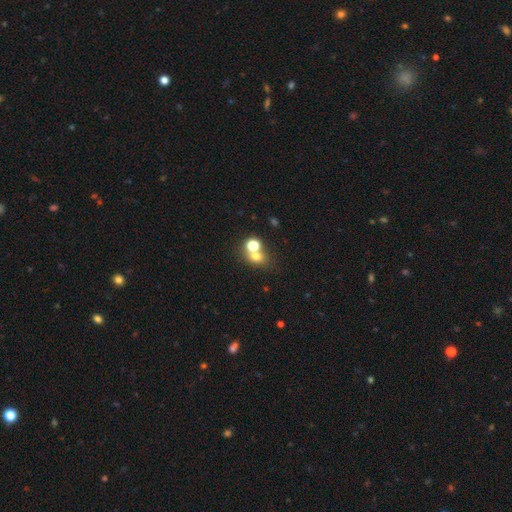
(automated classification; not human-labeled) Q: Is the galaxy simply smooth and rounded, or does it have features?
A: smooth — 65%.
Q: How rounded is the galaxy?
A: round — 64%.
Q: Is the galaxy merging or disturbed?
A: none — 47%.